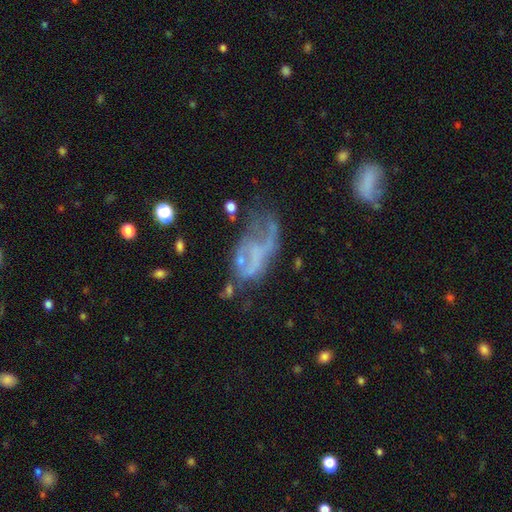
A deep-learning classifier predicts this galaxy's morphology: Smooth or featured? featured or disk (58%)
Edge-on disk? no (95%)
Bar? no (79%)
Spiral arms? no (74%)
Bulge size? none (73%)
Merging? major disturbance (44%)